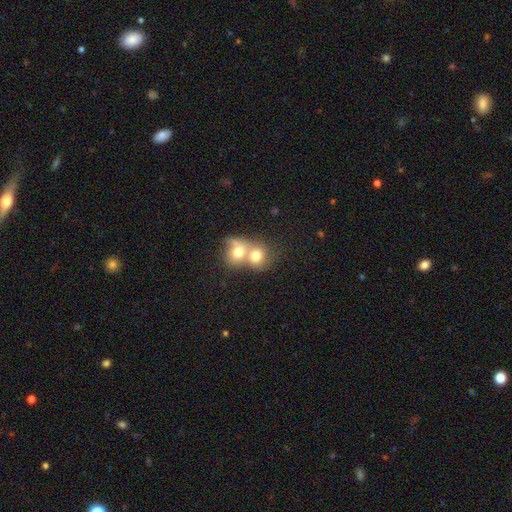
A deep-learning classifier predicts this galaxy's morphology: This is likely a smooth galaxy (70%). How rounded: likely round (67%). Merging: likely merger (74%).